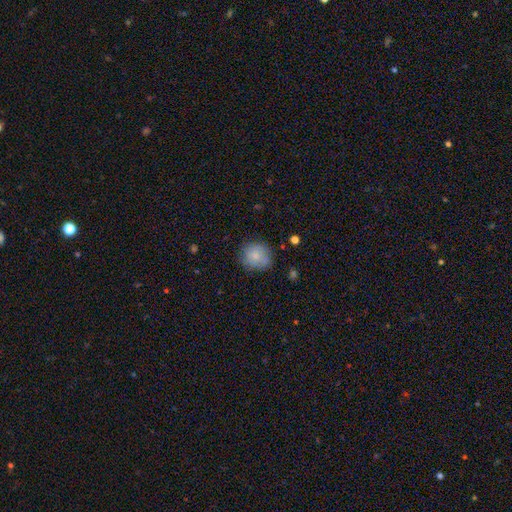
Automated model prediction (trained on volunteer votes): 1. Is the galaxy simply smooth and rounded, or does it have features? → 80% smooth, 12% featured or disk, 8% star or artifact.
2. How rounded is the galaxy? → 85% round, 14% in between, 1% cigar-shaped.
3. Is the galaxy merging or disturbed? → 75% none, 18% minor disturbance, 5% major disturbance, 2% merger.